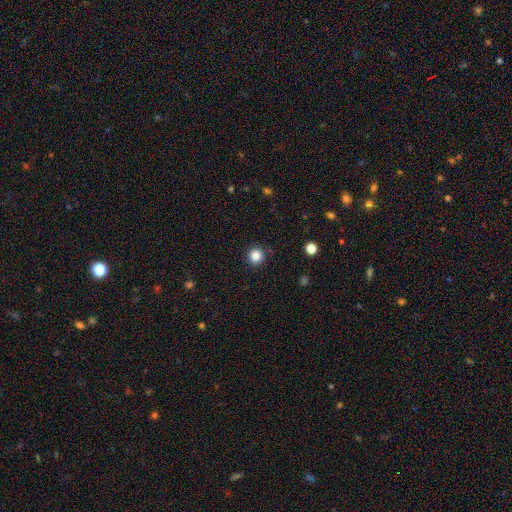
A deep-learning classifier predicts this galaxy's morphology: This is clearly a smooth galaxy (85%). How rounded: clearly round (94%). Merging: clearly none (89%).